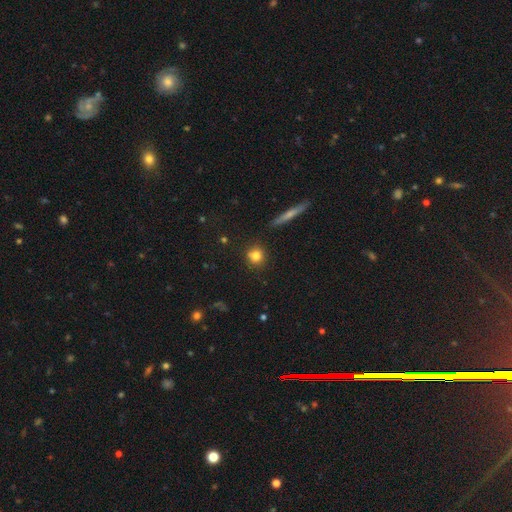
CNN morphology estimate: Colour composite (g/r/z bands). It shows a smooth galaxy with no disk features (79%) that is round (86%). Merging: none (84%).